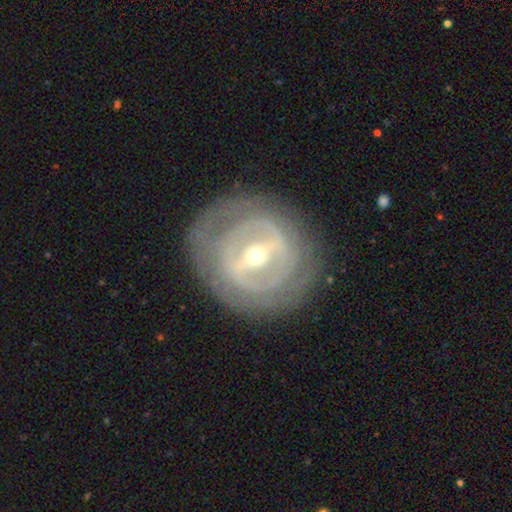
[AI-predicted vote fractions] This appears to be a featured or disk galaxy (83%) with a strong bar (58%), spiral arms (57%) and a small central bulge (52%). Merging: none (82%).